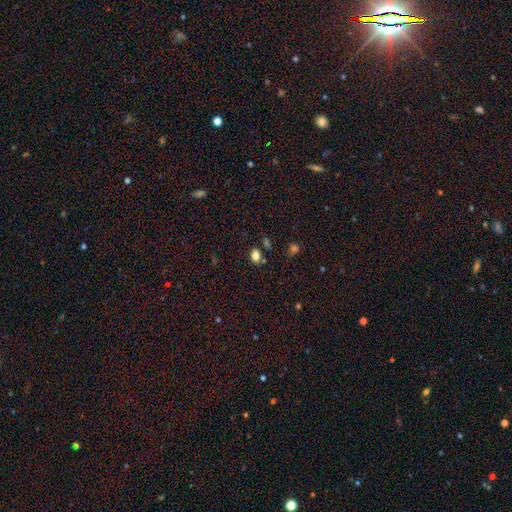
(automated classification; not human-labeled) The model was most divided on "how rounded": in between: 80%, round: 18%, cigar-shaped: 2%. More confident: smooth or featured — smooth (80%); merging — none (79%).